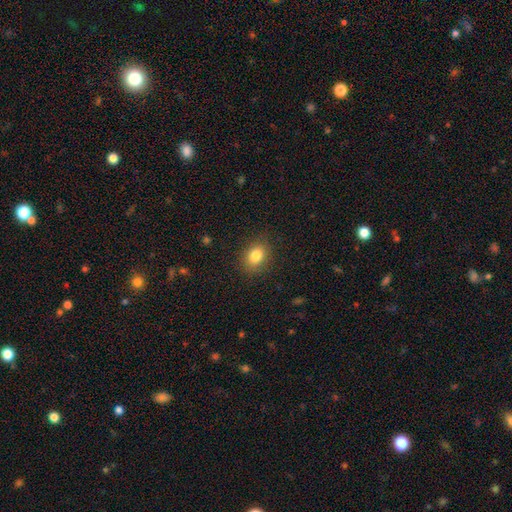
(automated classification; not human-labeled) Smooth or featured? smooth (83%)
How rounded? in between (57%)
Merging? none (87%)